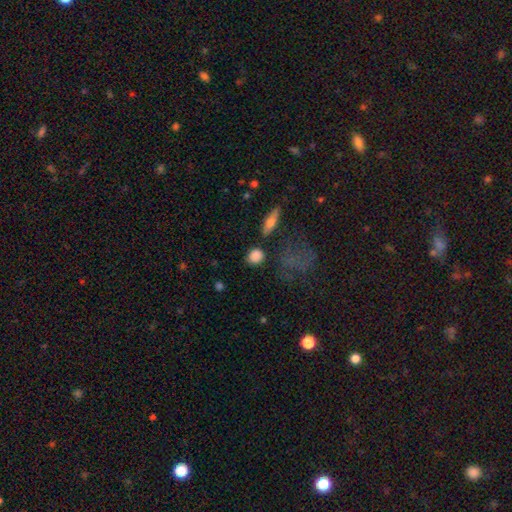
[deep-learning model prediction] Smooth or featured?
  - smooth: 85% *
  - star or artifact: 8%
  - featured or disk: 6%
How rounded?
  - round: 77% *
  - in between: 19%
  - cigar-shaped: 3%
Merging?
  - none: 81% *
  - minor disturbance: 10%
  - merger: 5%
  - major disturbance: 4%